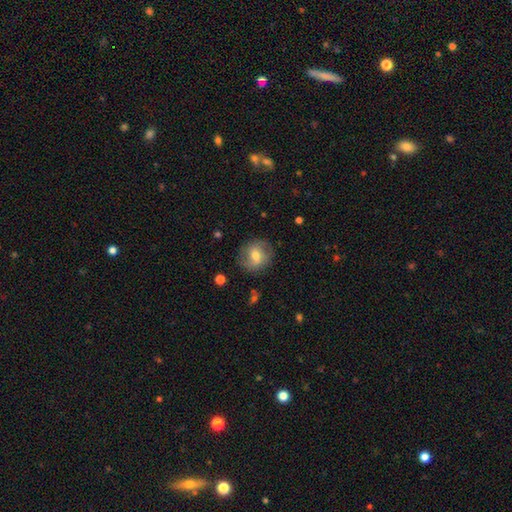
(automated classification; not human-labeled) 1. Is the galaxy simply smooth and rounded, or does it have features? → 51% smooth, 41% featured or disk, 8% star or artifact.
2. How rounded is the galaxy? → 82% round, 17% in between, 1% cigar-shaped.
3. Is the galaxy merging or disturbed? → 81% none, 13% minor disturbance, 5% major disturbance, 1% merger.